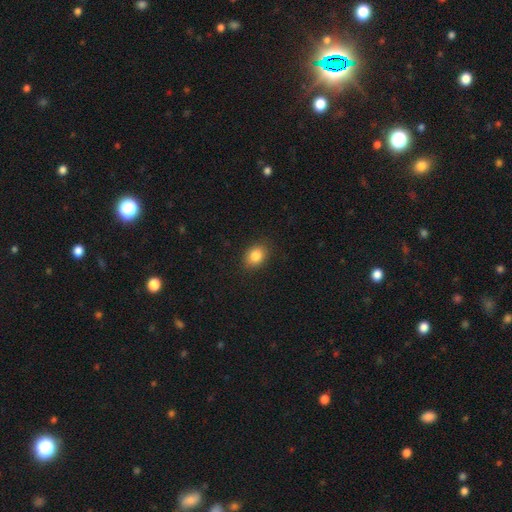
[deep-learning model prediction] Smooth or featured: smooth — 85% (star or artifact — 9%)
How rounded: in between — 68% (round — 31%)
Merging: none — 85% (minor disturbance — 11%)